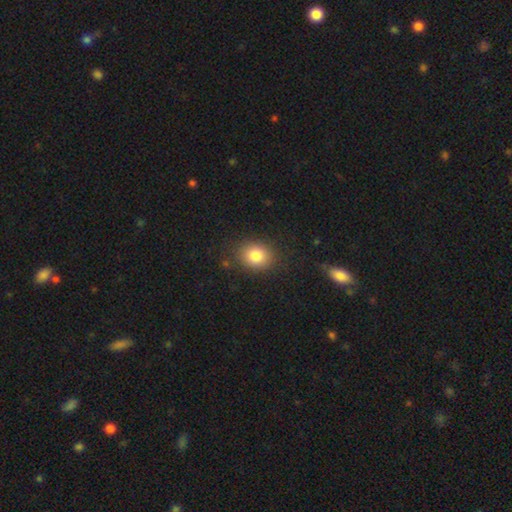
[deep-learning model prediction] Smooth or featured? smooth (83%)
How rounded? round (54%)
Merging? none (85%)